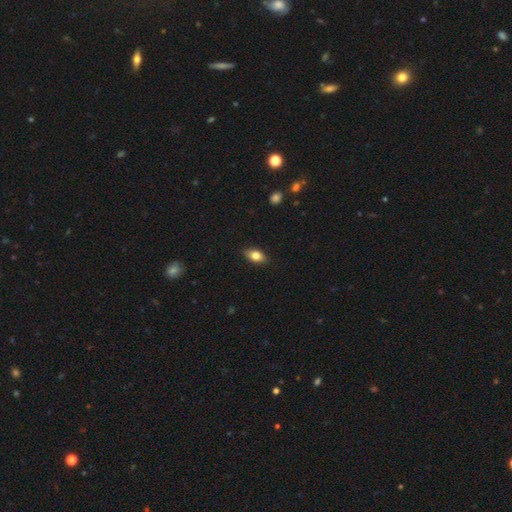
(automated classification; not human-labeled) A smooth galaxy with no disk features (78%) that is in between round and cigar-shaped (87%). Merging: none (87%).